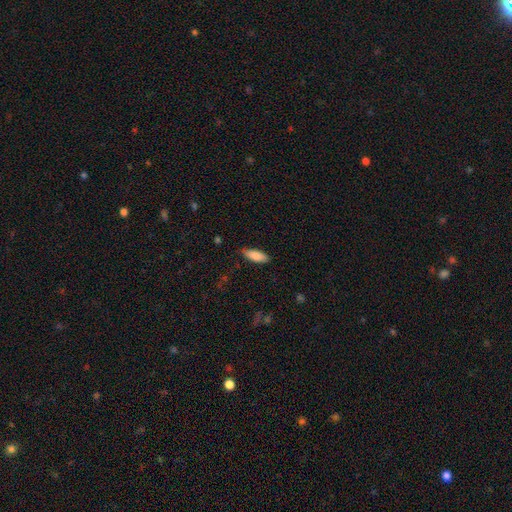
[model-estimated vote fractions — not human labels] The model was most divided on "how rounded": in between: 69%, cigar-shaped: 30%, round: 2%. More confident: smooth or featured — smooth (85%); merging — none (82%).